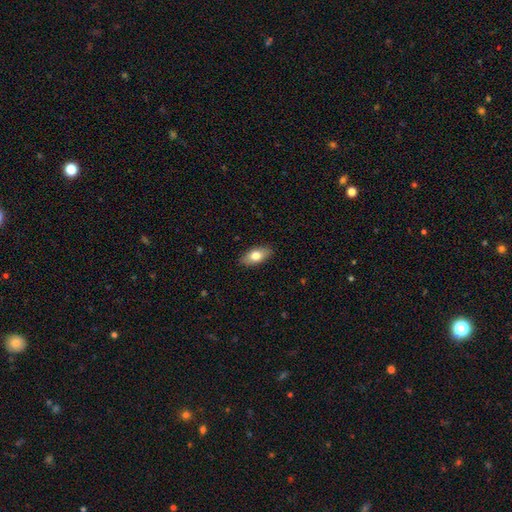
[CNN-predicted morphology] Smooth or featured?
  - smooth: 76% *
  - featured or disk: 17%
  - star or artifact: 6%
How rounded?
  - in between: 89% *
  - cigar-shaped: 8%
  - round: 4%
Merging?
  - none: 88% *
  - minor disturbance: 9%
  - major disturbance: 2%
  - merger: 1%